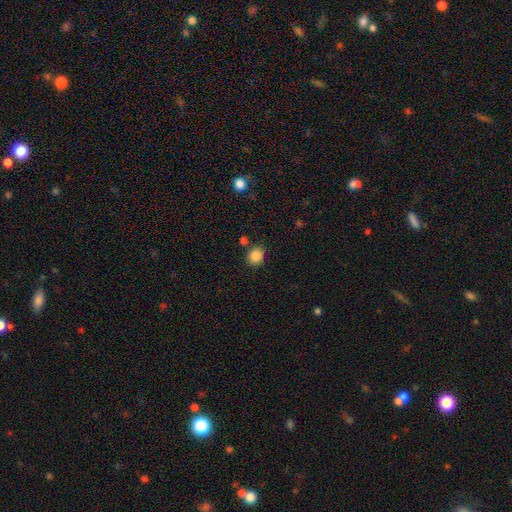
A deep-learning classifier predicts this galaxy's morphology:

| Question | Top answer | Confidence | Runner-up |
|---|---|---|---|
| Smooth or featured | smooth | 86% | star or artifact (10%) |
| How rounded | round | 76% | in between (23%) |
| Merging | none | 79% | minor disturbance (11%) |